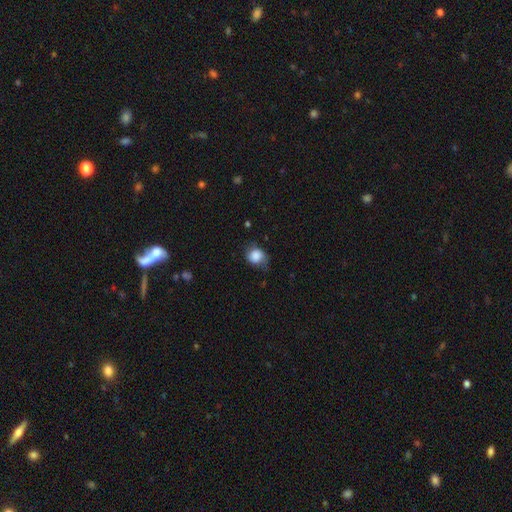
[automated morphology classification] smooth_or_featured: smooth (p=0.84) [alt: featured or disk p=0.08]
how_rounded: round (p=0.66) [alt: in between p=0.33]
merging: none (p=0.48) [alt: minor disturbance p=0.36]